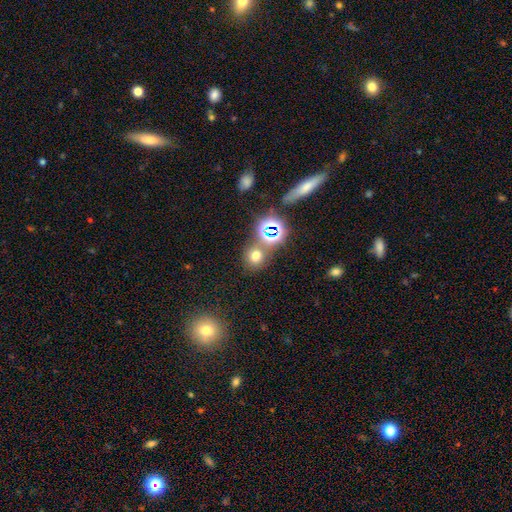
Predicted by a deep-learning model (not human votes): smooth 63%, star or artifact 29%, featured or disk 8%. Down the decision tree: how rounded — round (82%); merging — none (71%).